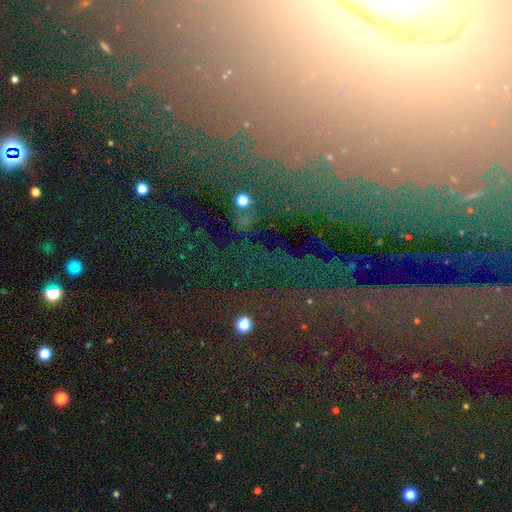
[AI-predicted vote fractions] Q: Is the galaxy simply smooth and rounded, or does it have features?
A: star or artifact — 67%.